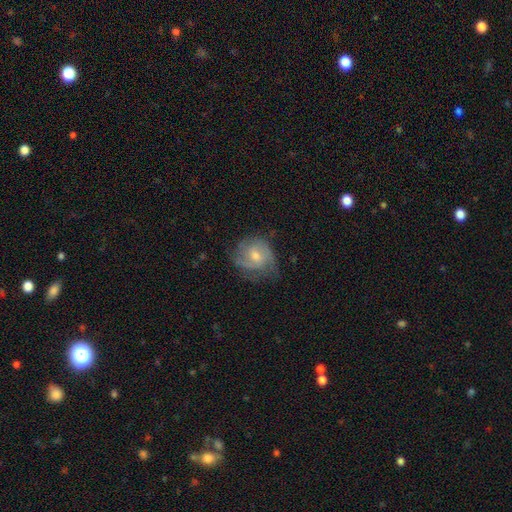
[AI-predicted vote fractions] Smooth or featured? Predicted: featured or disk (p=0.70). Edge-on disk? Predicted: no (p=0.97). Bar? Predicted: no (p=0.57). Spiral arms? Predicted: yes (p=0.90). Spiral winding? Predicted: tight (p=0.44). Spiral arm count? Predicted: 2 (p=0.40). Bulge size? Predicted: moderate (p=0.56). Merging? Predicted: none (p=0.63).